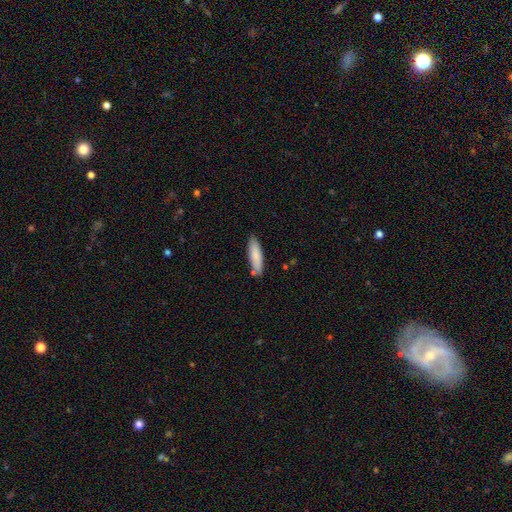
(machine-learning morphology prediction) type=smooth (84%); roundness=cigar-shaped (62%); merging=none (79%).